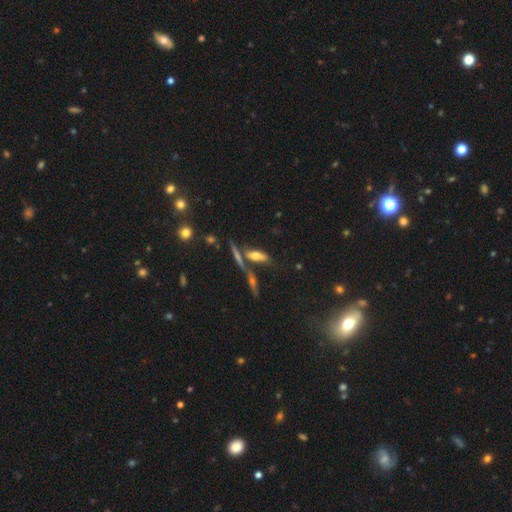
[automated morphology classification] Smooth or featured: smooth — 54% (featured or disk — 34%)
How rounded: in between — 57% (cigar-shaped — 38%)
Merging: none — 54% (merger — 28%)